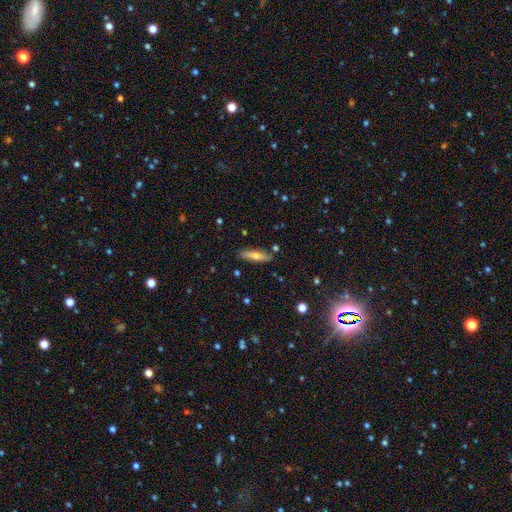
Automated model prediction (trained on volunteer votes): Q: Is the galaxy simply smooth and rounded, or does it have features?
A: smooth — 57%.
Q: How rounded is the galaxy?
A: cigar-shaped — 69%.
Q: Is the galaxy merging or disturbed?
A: none — 85%.